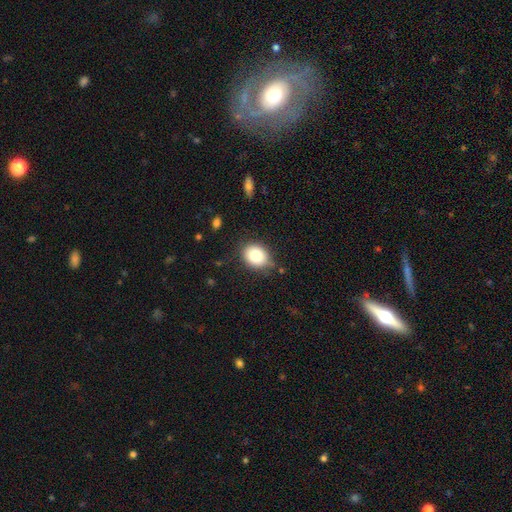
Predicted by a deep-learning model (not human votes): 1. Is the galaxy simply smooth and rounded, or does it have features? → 81% smooth, 10% featured or disk, 9% star or artifact.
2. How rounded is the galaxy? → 50% in between, 49% round, 1% cigar-shaped.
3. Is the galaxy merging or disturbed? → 75% none, 18% minor disturbance, 4% major disturbance, 2% merger.